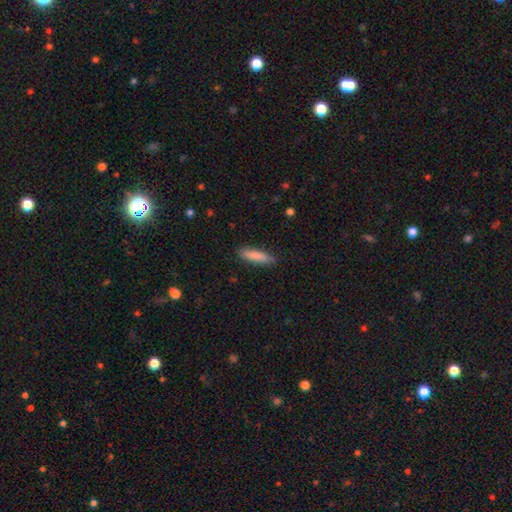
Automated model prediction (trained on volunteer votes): Smooth or featured? Predicted: smooth (p=0.86). How rounded? Predicted: cigar-shaped (p=0.69). Merging? Predicted: none (p=0.85).